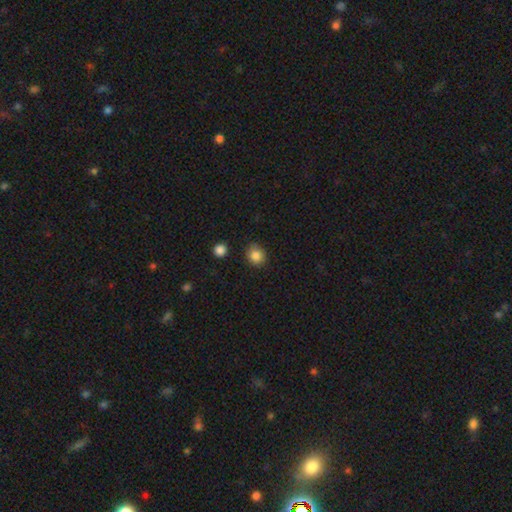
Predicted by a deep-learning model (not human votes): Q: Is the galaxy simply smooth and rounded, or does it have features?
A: smooth — 86%.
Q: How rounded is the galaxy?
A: round — 76%.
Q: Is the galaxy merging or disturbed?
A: none — 82%.